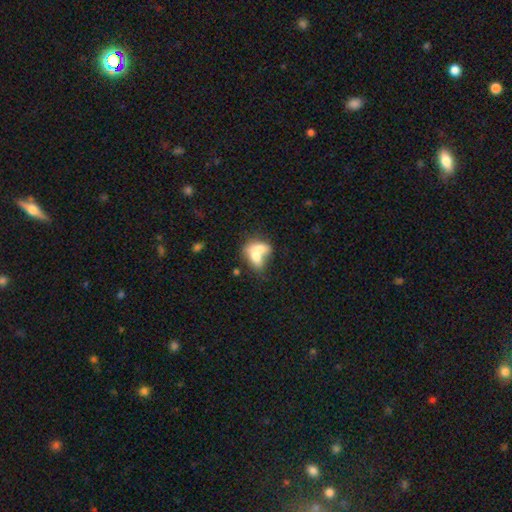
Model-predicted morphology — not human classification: This appears to be a smooth galaxy with no disk features (67%) that is in between round and cigar-shaped (78%). Merging: merger (69%).